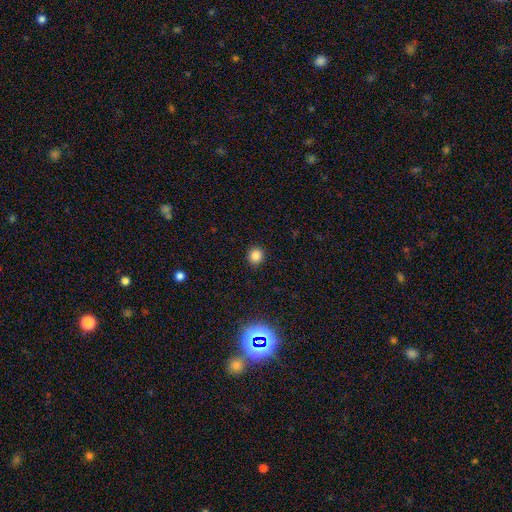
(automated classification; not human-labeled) This appears to be a smooth galaxy with no disk features (83%) that is round (91%). Merging: none (92%).